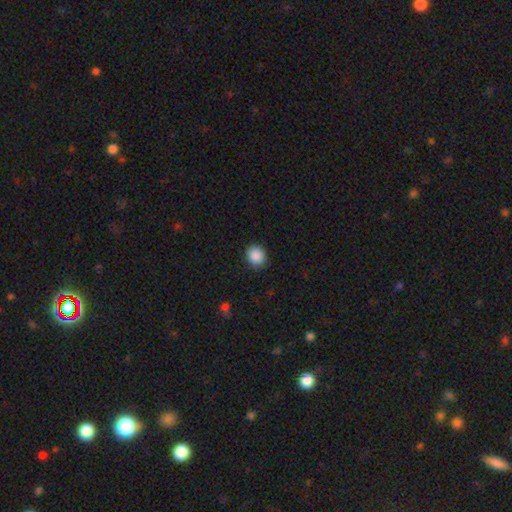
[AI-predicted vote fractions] smooth_or_featured: smooth (p=0.89) [alt: star or artifact p=0.08]
how_rounded: round (p=0.75) [alt: in between p=0.24]
merging: none (p=0.87) [alt: minor disturbance p=0.10]